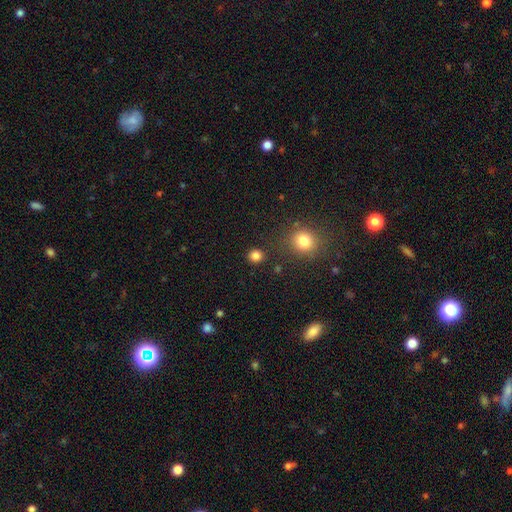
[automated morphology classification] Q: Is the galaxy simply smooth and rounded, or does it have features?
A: smooth — 83%.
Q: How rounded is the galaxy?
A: round — 87%.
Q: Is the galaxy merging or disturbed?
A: none — 87%.